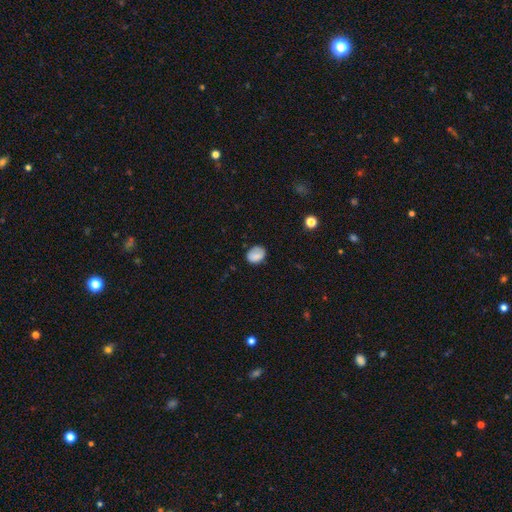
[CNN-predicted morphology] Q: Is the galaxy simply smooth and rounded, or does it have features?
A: smooth — 82%.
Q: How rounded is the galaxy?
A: in between — 56%.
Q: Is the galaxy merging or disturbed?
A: none — 73%.